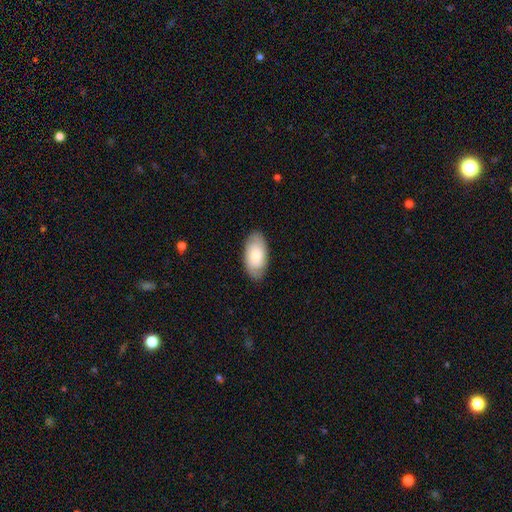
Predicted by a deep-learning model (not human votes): Morphology: type=smooth (60%); roundness=in between (94%); merging=none (84%).